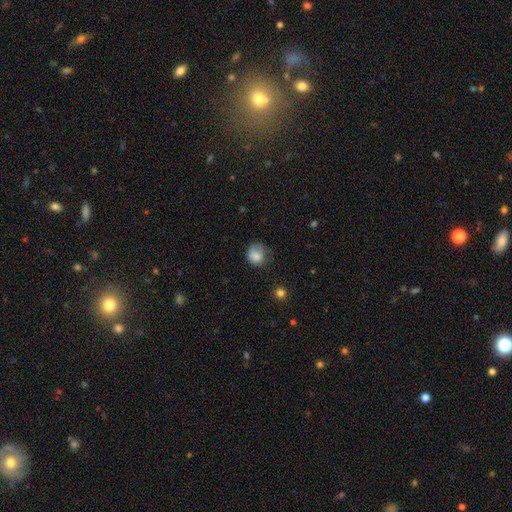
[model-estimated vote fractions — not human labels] A smooth galaxy with no disk features (78%) that is round (68%).

Vote fractions:
- Smooth or featured? smooth: 78% / featured or disk: 12% / star or artifact: 10%
- How rounded? round: 68% / in between: 32% / cigar-shaped: 1%
- Merging? none: 43% / minor disturbance: 33% / major disturbance: 21% / merger: 2%